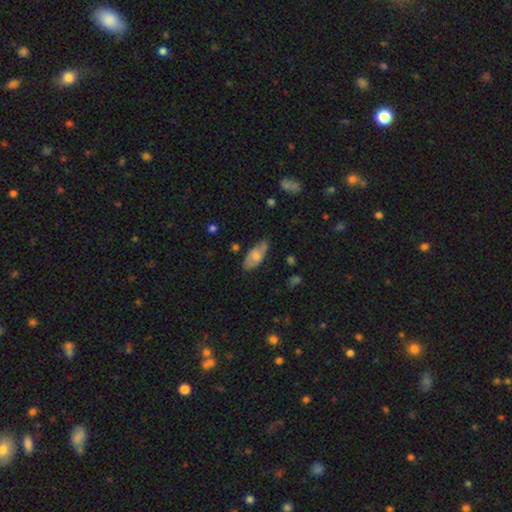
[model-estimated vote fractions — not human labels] smooth_or_featured: smooth (p=0.57) [alt: featured or disk p=0.36]
how_rounded: in between (p=0.86) [alt: cigar-shaped p=0.11]
merging: none (p=0.65) [alt: minor disturbance p=0.28]